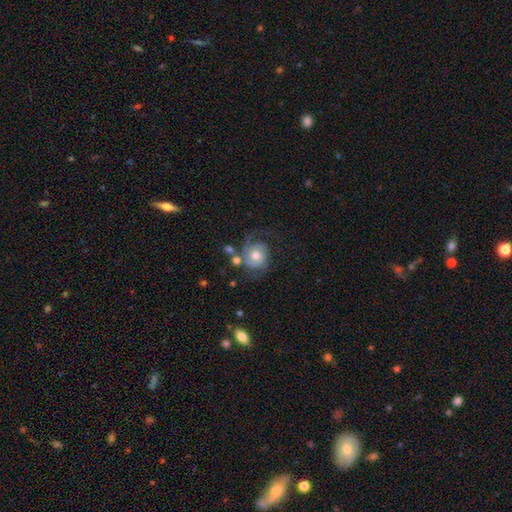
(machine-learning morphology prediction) Smooth or featured? featured or disk (73%)
Edge-on disk? no (98%)
Bar? no (77%)
Spiral arms? yes (92%)
Spiral winding? medium (39%)
Spiral arm count? 2 (59%)
Bulge size? moderate (71%)
Merging? none (52%)